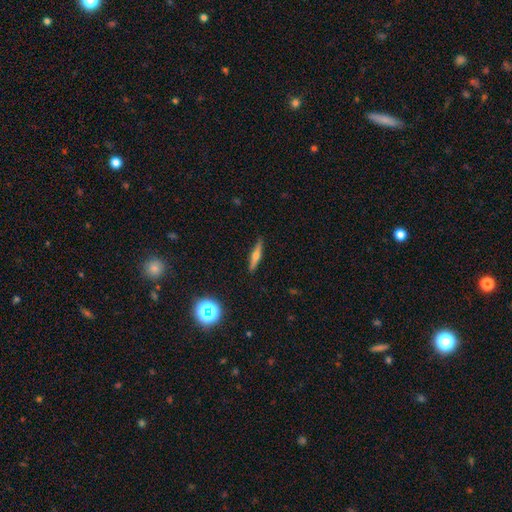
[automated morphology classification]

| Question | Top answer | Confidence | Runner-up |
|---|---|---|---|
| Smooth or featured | featured or disk | 56% | smooth (35%) |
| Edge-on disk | yes | 96% | no (4%) |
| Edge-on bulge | rounded | 89% | none (6%) |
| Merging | none | 89% | minor disturbance (8%) |